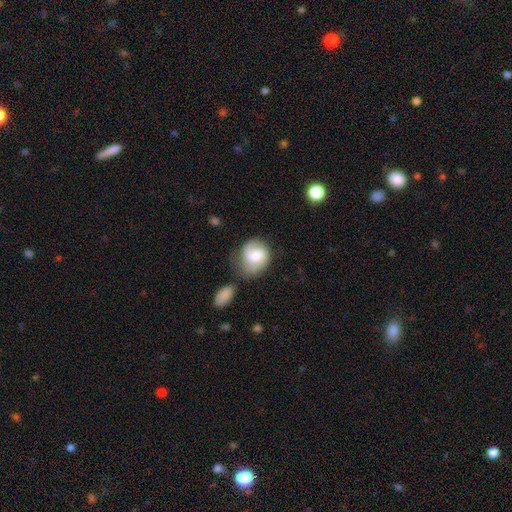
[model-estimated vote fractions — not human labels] Q: Smooth or featured?
A: featured or disk (55%); runner-up: smooth (38%)
Q: Edge-on disk?
A: no (98%); runner-up: yes (2%)
Q: Bar?
A: no (51%); runner-up: weak (42%)
Q: Spiral arms?
A: yes (90%); runner-up: no (10%)
Q: Bulge size?
A: moderate (48%); runner-up: small (22%)
Q: Merging?
A: none (51%); runner-up: minor disturbance (24%)